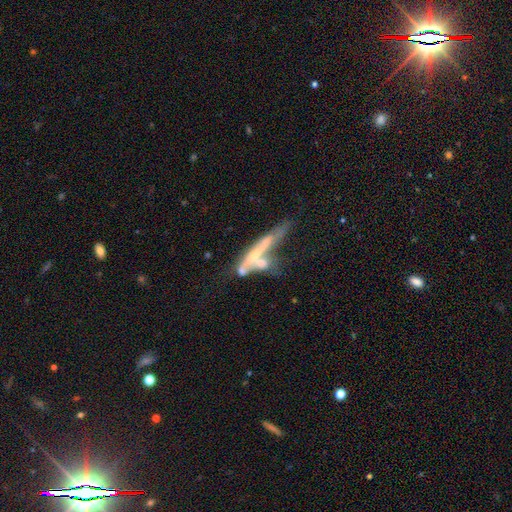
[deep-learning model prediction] smooth_or_featured: featured or disk (p=0.62) [alt: smooth p=0.30]
disk_edge_on: yes (p=0.64) [alt: no p=0.36]
merging: merger (p=0.46) [alt: none p=0.23]